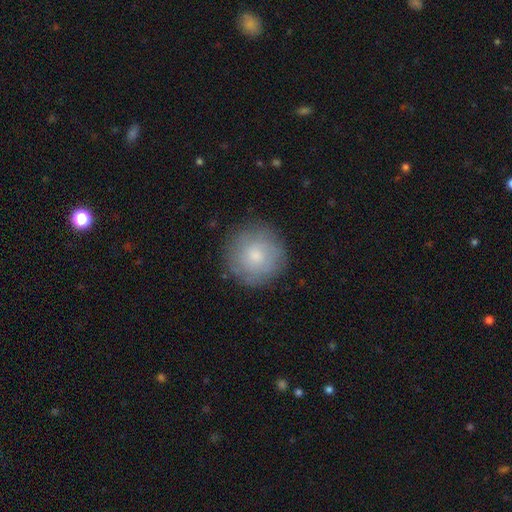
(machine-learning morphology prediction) Smooth or featured? Predicted: smooth (p=0.67). How rounded? Predicted: round (p=0.94). Merging? Predicted: none (p=0.84).